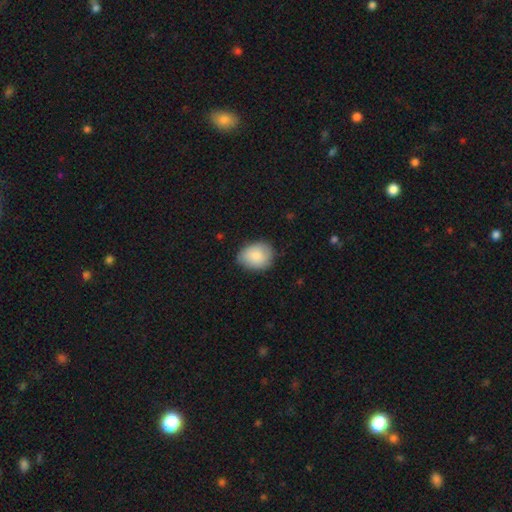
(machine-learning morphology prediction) Q: Smooth or featured?
A: smooth (83%); runner-up: featured or disk (11%)
Q: How rounded?
A: in between (57%); runner-up: round (42%)
Q: Merging?
A: none (75%); runner-up: minor disturbance (20%)